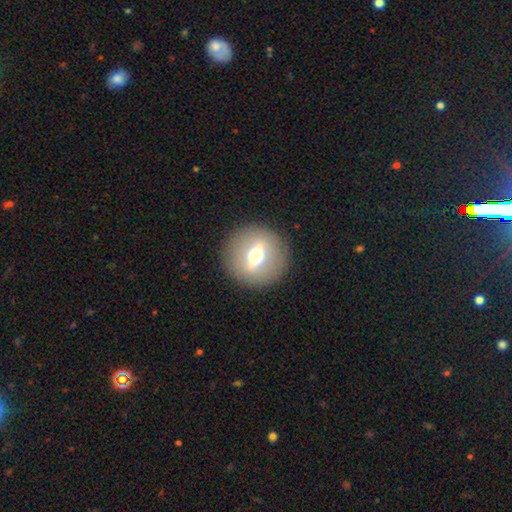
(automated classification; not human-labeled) A featured or disk galaxy (56%).

Vote fractions:
- Smooth or featured? featured or disk: 56% / smooth: 35% / star or artifact: 9%
- Edge-on disk? no: 57% / yes: 43%
- Merging? none: 90% / minor disturbance: 6% / major disturbance: 3% / merger: 1%